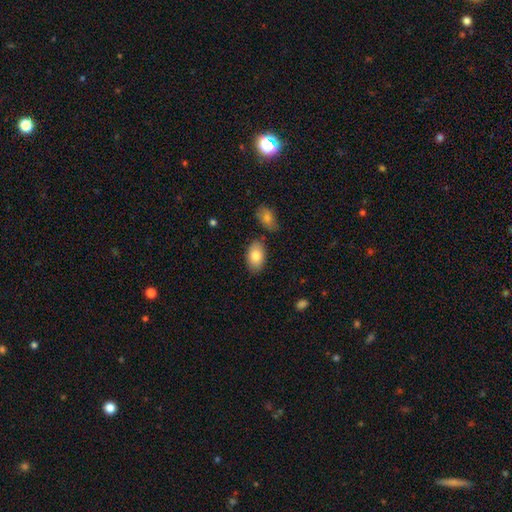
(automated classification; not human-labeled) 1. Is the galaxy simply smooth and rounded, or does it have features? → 82% smooth, 11% featured or disk, 7% star or artifact.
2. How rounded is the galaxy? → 92% in between, 6% round, 1% cigar-shaped.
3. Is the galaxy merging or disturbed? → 78% none, 12% minor disturbance, 7% merger, 3% major disturbance.